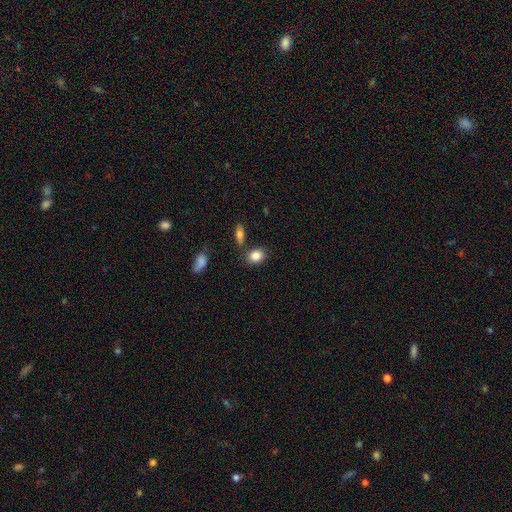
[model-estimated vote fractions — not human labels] A smooth galaxy with no disk features (85%) that is in between round and cigar-shaped (55%). Merging: none (73%).